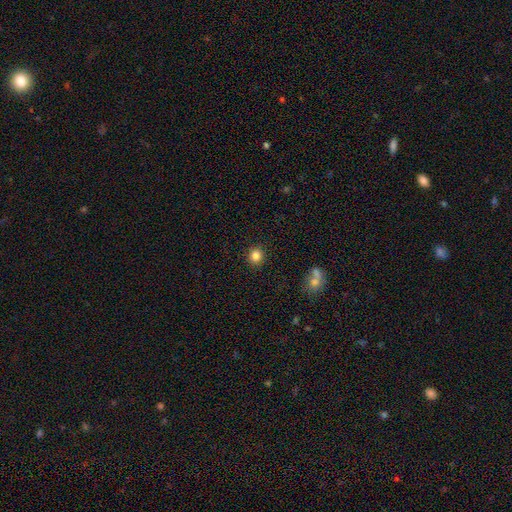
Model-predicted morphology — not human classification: This appears to be a smooth galaxy with no disk features (84%) that is round (87%). Merging: none (91%).